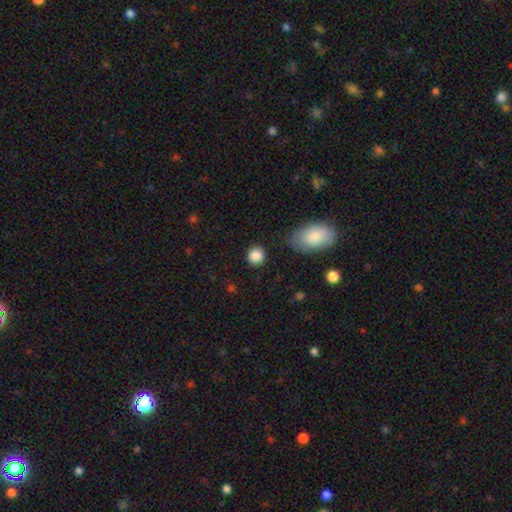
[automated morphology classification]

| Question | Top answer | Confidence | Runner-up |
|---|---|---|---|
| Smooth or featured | smooth | 87% | star or artifact (8%) |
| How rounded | round | 83% | in between (16%) |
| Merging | none | 84% | minor disturbance (10%) |